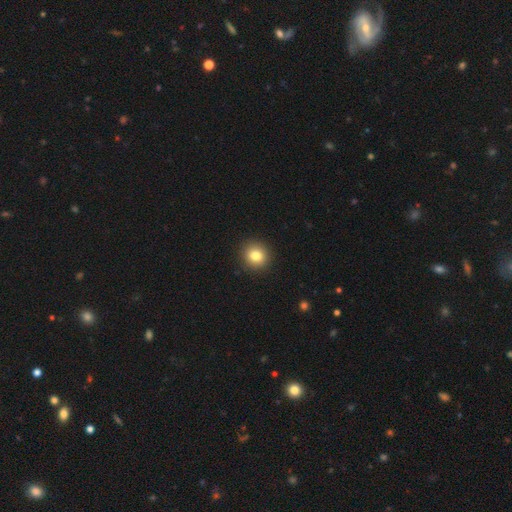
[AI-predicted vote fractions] smooth_or_featured: smooth (p=0.82) [alt: star or artifact p=0.11]
how_rounded: round (p=0.90) [alt: in between p=0.09]
merging: none (p=0.92) [alt: minor disturbance p=0.05]